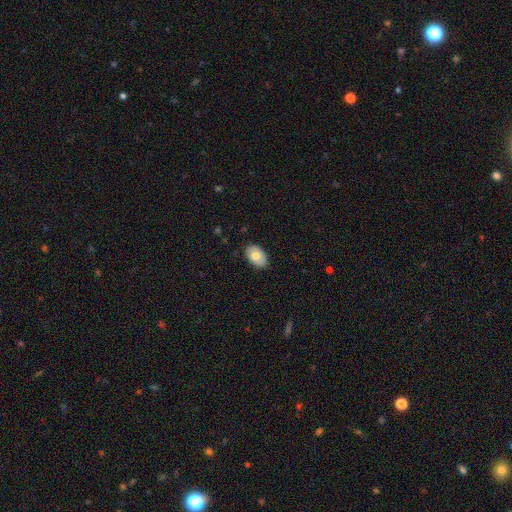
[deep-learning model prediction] This is likely a smooth galaxy (70%). How rounded: clearly in between (90%). Merging: clearly none (86%).